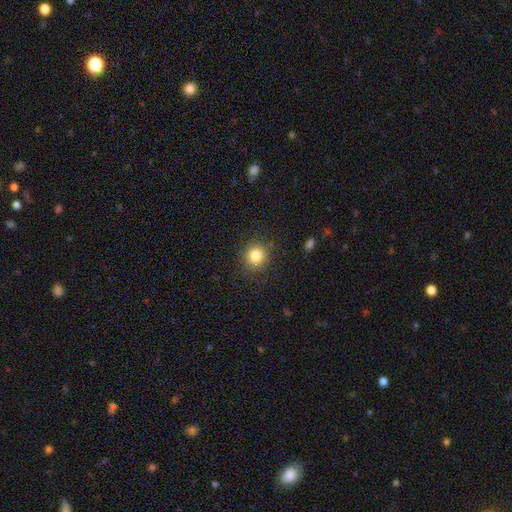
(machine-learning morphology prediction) Q: Smooth or featured?
A: smooth (82%); runner-up: star or artifact (11%)
Q: How rounded?
A: round (88%); runner-up: in between (11%)
Q: Merging?
A: none (88%); runner-up: minor disturbance (8%)